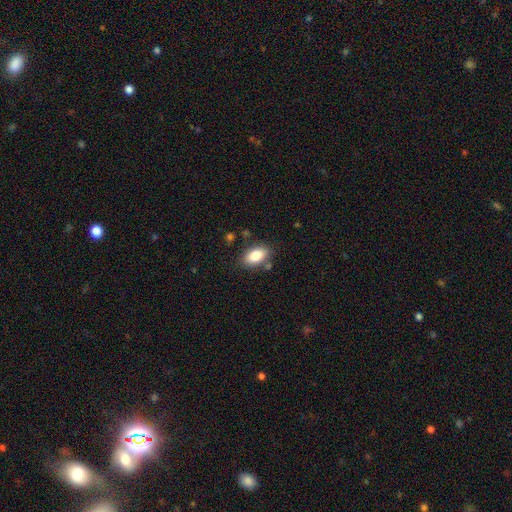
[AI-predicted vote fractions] Smooth or featured?
  - smooth: 83% *
  - featured or disk: 9%
  - star or artifact: 8%
How rounded?
  - in between: 91% *
  - round: 7%
  - cigar-shaped: 2%
Merging?
  - none: 80% *
  - minor disturbance: 12%
  - merger: 4%
  - major disturbance: 3%